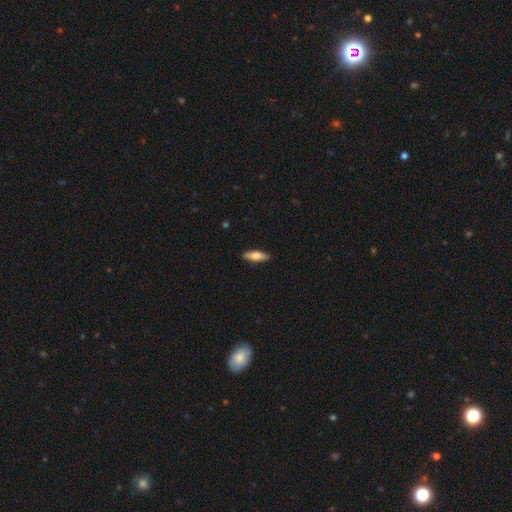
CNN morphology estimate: A smooth galaxy with no disk features (72%) that is in between round and cigar-shaped (52%).

Vote fractions:
- Smooth or featured? smooth: 72% / featured or disk: 23% / star or artifact: 6%
- How rounded? in between: 52% / cigar-shaped: 46% / round: 2%
- Merging? none: 90% / minor disturbance: 8% / major disturbance: 2% / merger: 1%